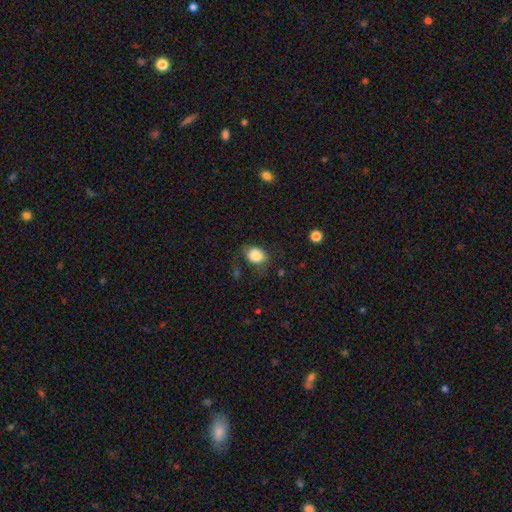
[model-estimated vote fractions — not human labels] Overall: smooth (84%). How rounded: in between (54%; round 45%). Merging: none (53%; minor disturbance 27%).